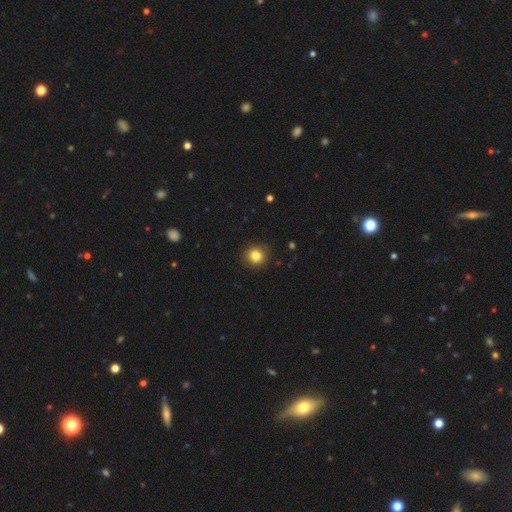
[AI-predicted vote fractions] Smooth or featured? Predicted: smooth (p=0.83). How rounded? Predicted: round (p=0.91). Merging? Predicted: none (p=0.90).